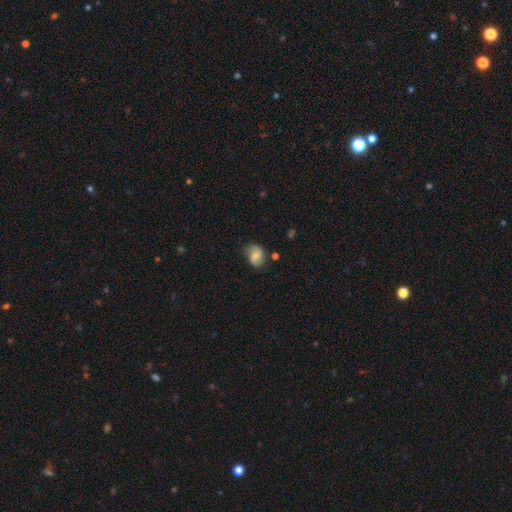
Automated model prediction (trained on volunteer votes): Morphology: type=smooth (59%); roundness=in between (63%); merging=none (63%).